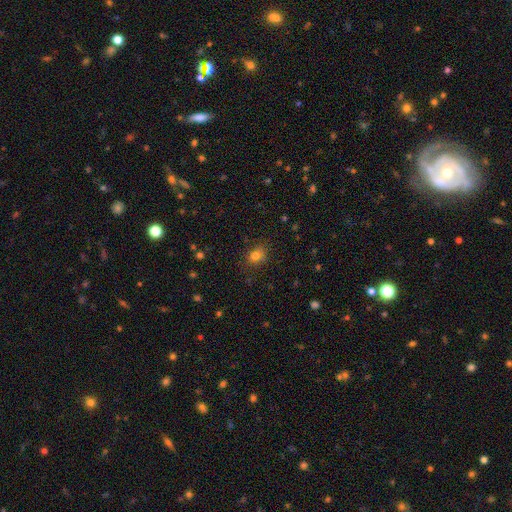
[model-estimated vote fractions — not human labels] Smooth or featured: smooth — 80% (star or artifact — 14%)
How rounded: round — 52% (in between — 47%)
Merging: none — 83% (minor disturbance — 12%)